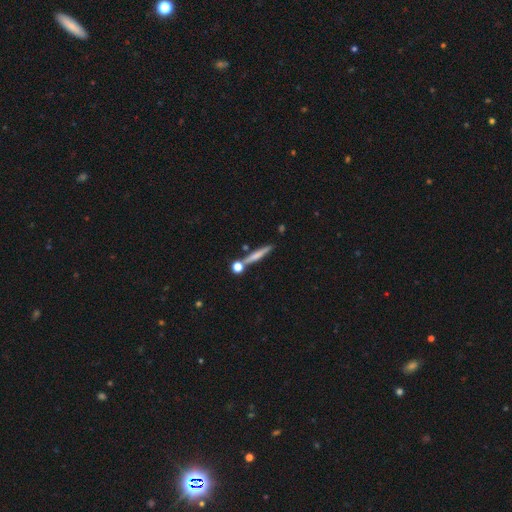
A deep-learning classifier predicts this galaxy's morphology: Overall: smooth (54%; featured or disk 38%). How rounded: cigar-shaped (88%). Merging: none (75%).